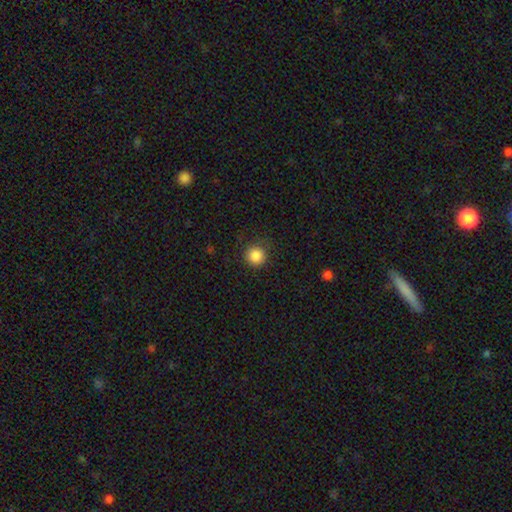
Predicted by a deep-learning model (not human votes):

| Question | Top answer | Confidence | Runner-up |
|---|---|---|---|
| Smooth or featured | smooth | 87% | star or artifact (10%) |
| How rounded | round | 94% | in between (5%) |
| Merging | none | 86% | minor disturbance (10%) |